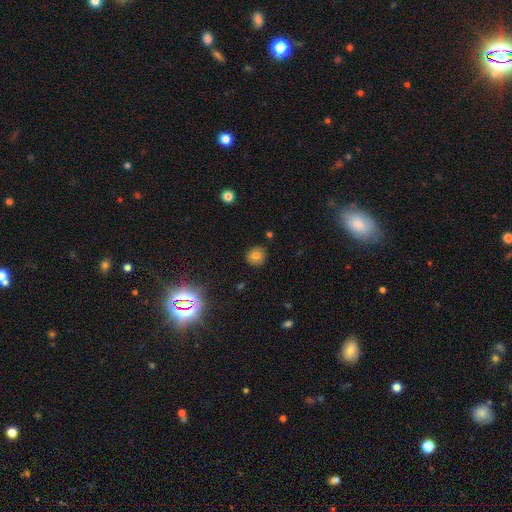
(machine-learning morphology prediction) type=smooth (73%); roundness=round (88%); merging=none (86%).